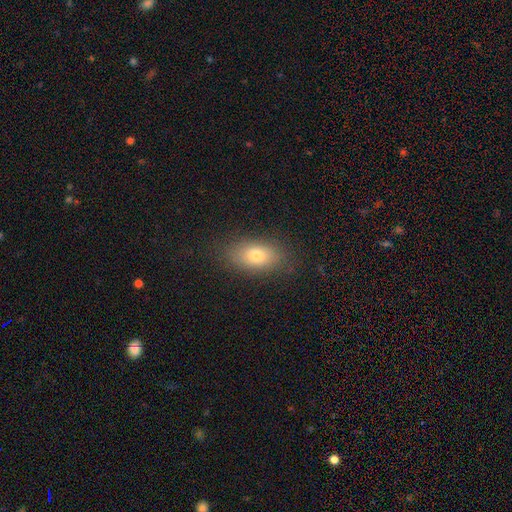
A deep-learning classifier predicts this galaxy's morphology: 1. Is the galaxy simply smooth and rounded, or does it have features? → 75% smooth, 14% featured or disk, 11% star or artifact.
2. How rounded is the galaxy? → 87% in between, 9% round, 4% cigar-shaped.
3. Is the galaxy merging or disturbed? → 87% none, 10% minor disturbance, 3% major disturbance, 1% merger.